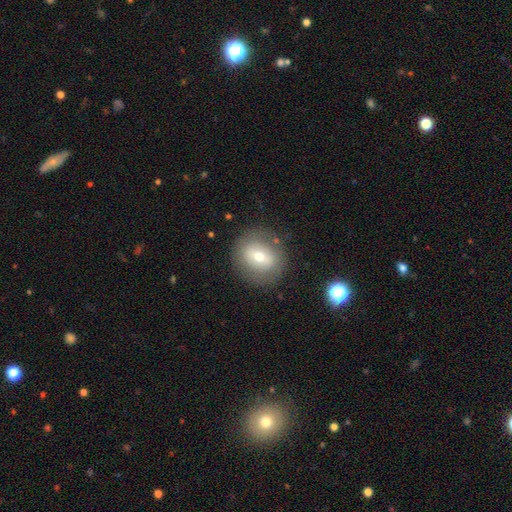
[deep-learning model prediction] Smooth or featured? smooth (55%)
How rounded? round (72%)
Merging? none (81%)